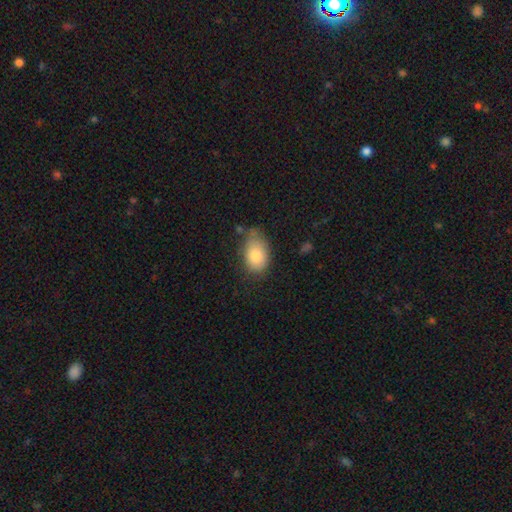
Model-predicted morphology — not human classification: smooth-or-featured: smooth: 82% | featured or disk: 11% | star or artifact: 7%
  how-rounded: in between: 85% | round: 14% | cigar-shaped: 1%
  merging: none: 51% | minor disturbance: 35% | major disturbance: 9% | merger: 5%